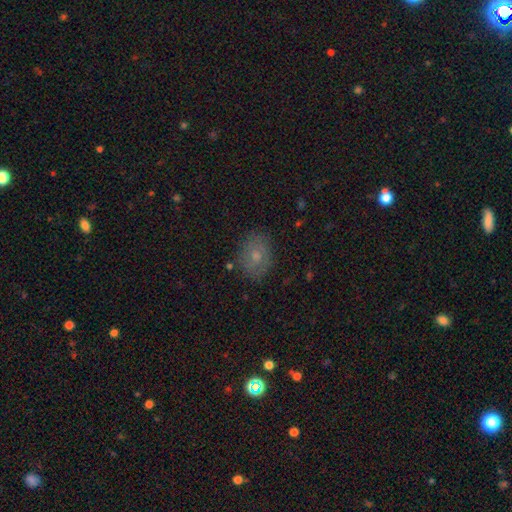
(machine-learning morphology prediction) Q: Smooth or featured?
A: smooth (68%); runner-up: featured or disk (21%)
Q: How rounded?
A: in between (63%); runner-up: round (36%)
Q: Merging?
A: none (80%); runner-up: minor disturbance (14%)